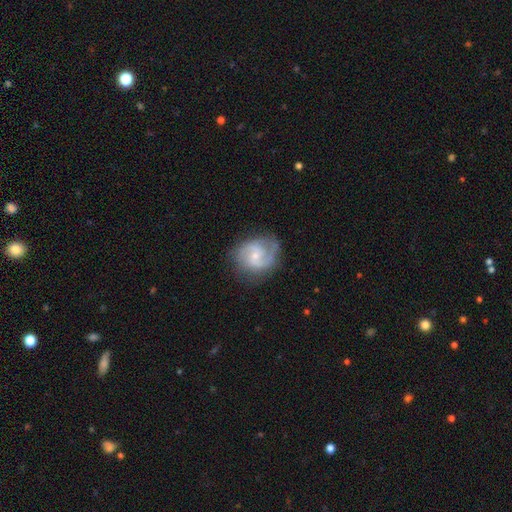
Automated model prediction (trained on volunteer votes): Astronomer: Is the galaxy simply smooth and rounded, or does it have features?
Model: featured or disk — 82%.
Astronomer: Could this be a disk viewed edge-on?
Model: no — 98%.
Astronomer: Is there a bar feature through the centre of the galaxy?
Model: no — 50% (runner-up: weak, 43%).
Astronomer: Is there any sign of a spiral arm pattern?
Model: yes — 96%.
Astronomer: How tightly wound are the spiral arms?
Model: medium — 53%.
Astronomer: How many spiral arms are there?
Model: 2 — 76%.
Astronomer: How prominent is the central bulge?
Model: small — 66%.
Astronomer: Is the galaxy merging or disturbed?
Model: none — 72%.